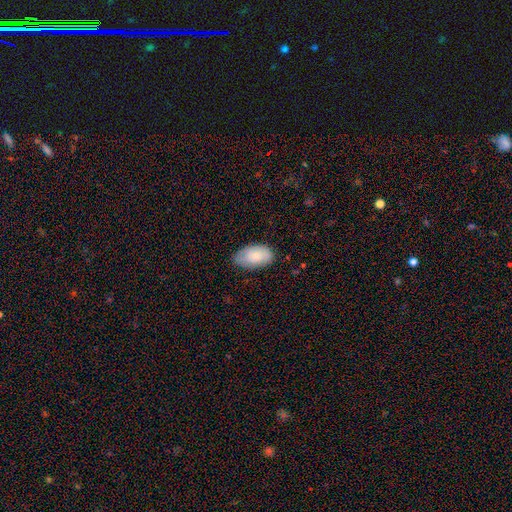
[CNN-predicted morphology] A smooth galaxy with no disk features (82%) that is in between round and cigar-shaped (95%). Merging: none (75%).